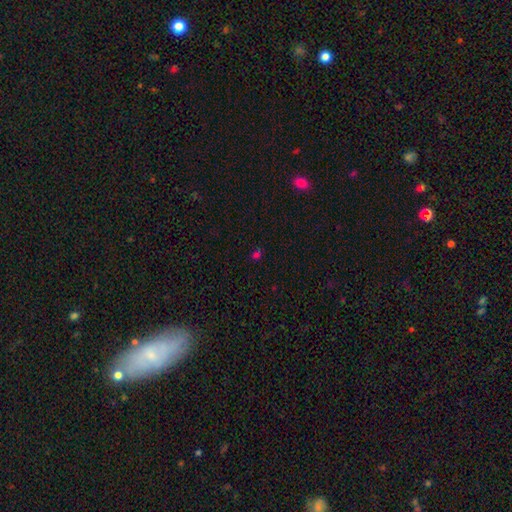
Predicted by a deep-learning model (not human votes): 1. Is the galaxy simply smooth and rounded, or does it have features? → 58% smooth, 37% star or artifact, 6% featured or disk.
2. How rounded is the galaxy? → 53% in between, 45% round, 2% cigar-shaped.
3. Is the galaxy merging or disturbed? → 75% none, 13% minor disturbance, 7% merger, 5% major disturbance.